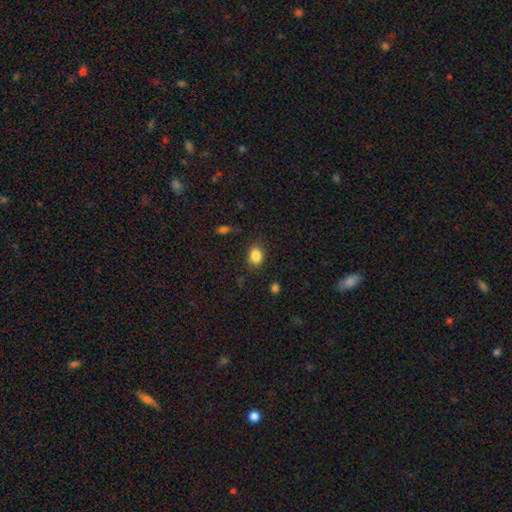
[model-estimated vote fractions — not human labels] smooth 85%, star or artifact 10%, featured or disk 5%. Down the decision tree: how rounded — in between (64%); merging — none (80%).